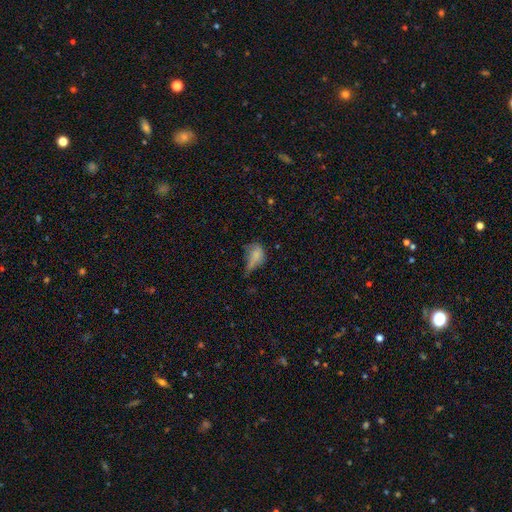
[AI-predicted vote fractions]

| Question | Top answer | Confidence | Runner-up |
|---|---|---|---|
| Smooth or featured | smooth | 67% | featured or disk (19%) |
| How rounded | in between | 76% | round (21%) |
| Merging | major disturbance | 36% | minor disturbance (30%) |